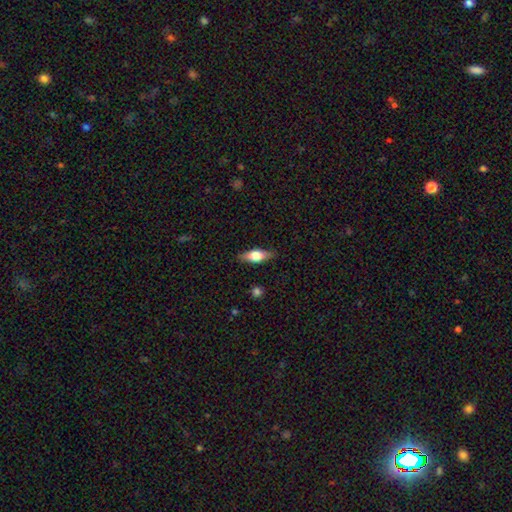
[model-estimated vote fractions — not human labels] Smooth or featured?
  - smooth: 57% *
  - featured or disk: 36%
  - star or artifact: 7%
How rounded?
  - in between: 68% *
  - cigar-shaped: 27%
  - round: 5%
Merging?
  - none: 85% *
  - minor disturbance: 11%
  - major disturbance: 3%
  - merger: 1%